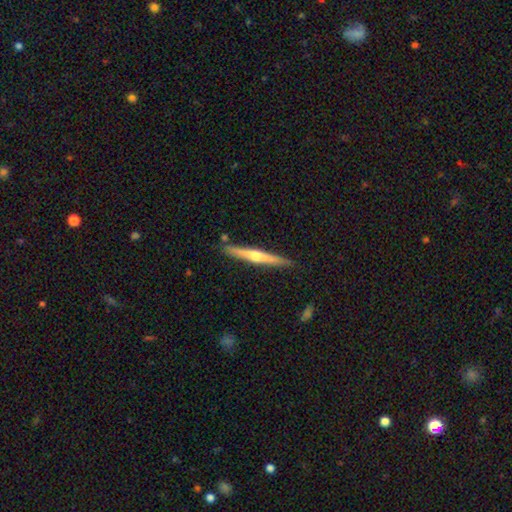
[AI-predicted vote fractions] The model was most divided on "smooth or featured": featured or disk: 66%, smooth: 28%, star or artifact: 5%. More confident: edge-on disk — yes (98%); merging — none (87%); edge-on bulge — rounded (85%).